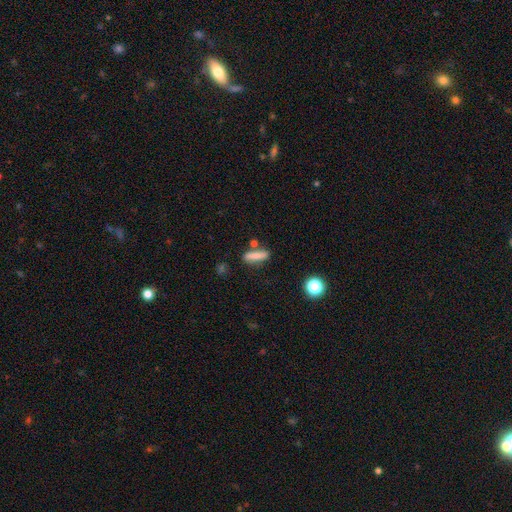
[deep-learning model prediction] Smooth or featured? smooth (77%)
How rounded? cigar-shaped (70%)
Merging? none (71%)